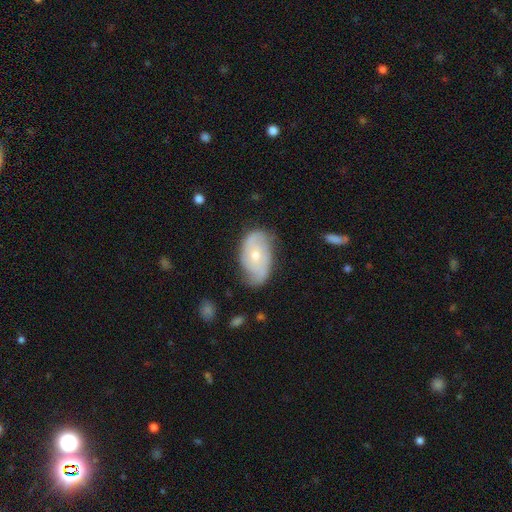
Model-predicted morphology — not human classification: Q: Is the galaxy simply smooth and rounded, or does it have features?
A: featured or disk — 65%.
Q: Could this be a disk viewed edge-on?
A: no — 95%.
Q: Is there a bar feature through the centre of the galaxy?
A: no — 74%.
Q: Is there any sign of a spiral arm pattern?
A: yes — 85%.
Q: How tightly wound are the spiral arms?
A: medium — 39%.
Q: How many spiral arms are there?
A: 2 — 66%.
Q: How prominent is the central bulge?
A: moderate — 51%.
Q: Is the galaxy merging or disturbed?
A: none — 63%.